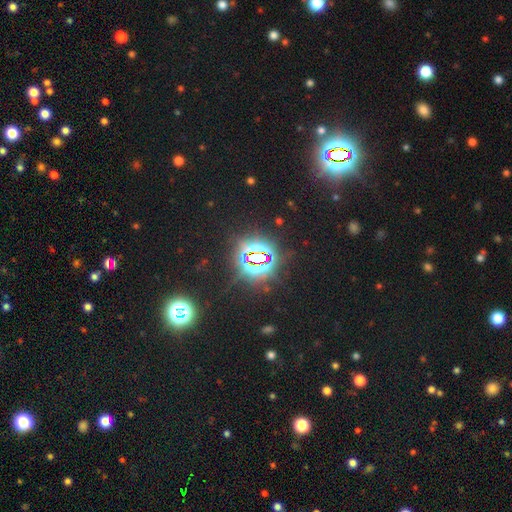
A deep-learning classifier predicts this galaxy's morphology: type=star or artifact (81%).